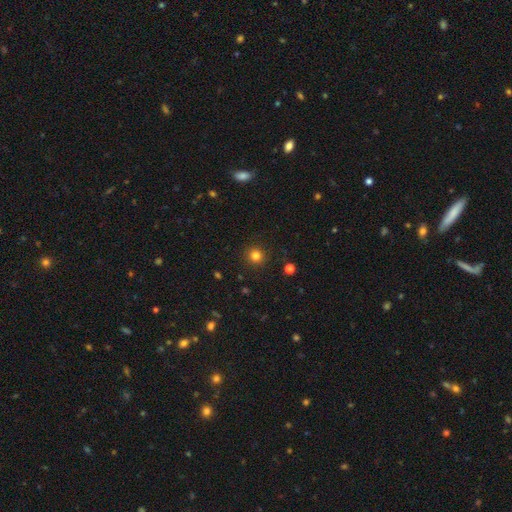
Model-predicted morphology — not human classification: Smooth or featured: smooth — 80% (star or artifact — 15%)
How rounded: round — 95% (in between — 4%)
Merging: none — 92% (minor disturbance — 5%)